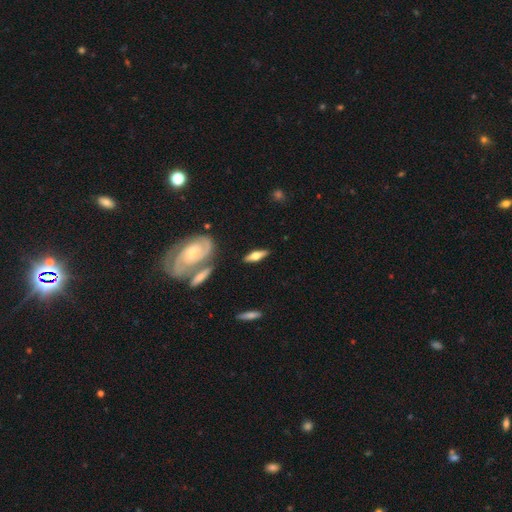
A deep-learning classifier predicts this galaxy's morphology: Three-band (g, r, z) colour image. It shows a featured or disk galaxy (59%) viewed edge-on (85%). Merging: none (82%).